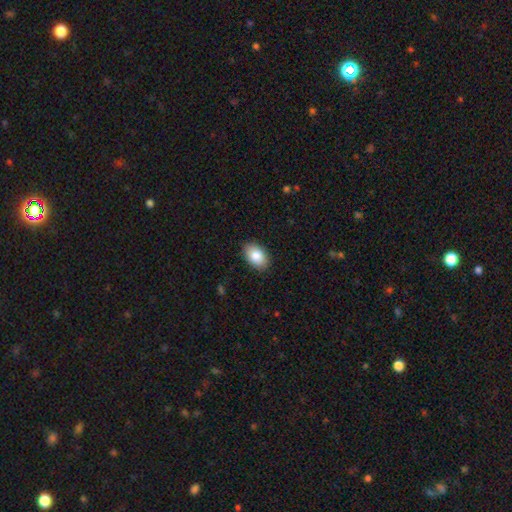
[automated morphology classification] smooth 86%, featured or disk 7%, star or artifact 7%. Down the decision tree: how rounded — in between (91%); merging — none (88%).